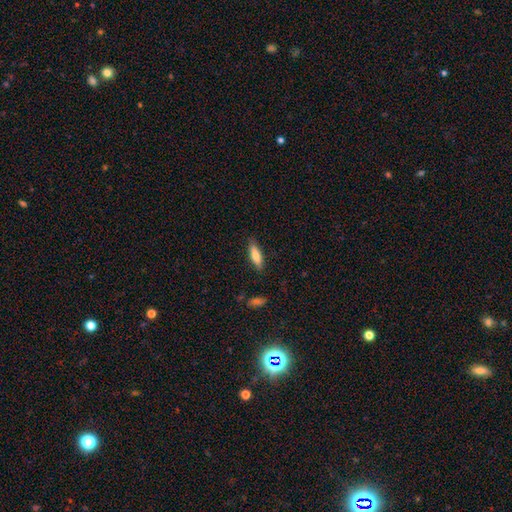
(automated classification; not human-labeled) Smooth or featured: smooth — 78% (featured or disk — 16%)
How rounded: cigar-shaped — 59% (in between — 39%)
Merging: none — 85% (minor disturbance — 12%)